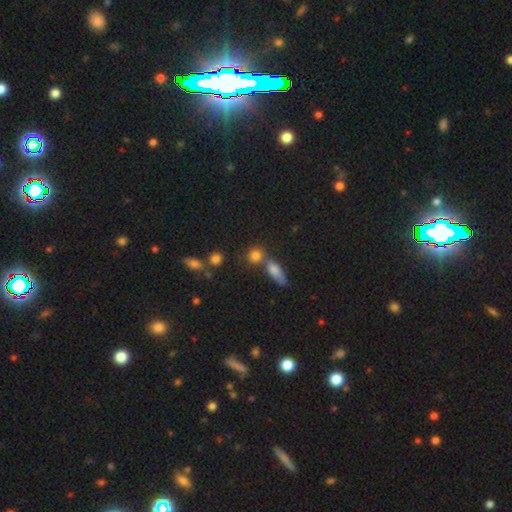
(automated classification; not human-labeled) Smooth or featured?
  - smooth: 79% *
  - star or artifact: 12%
  - featured or disk: 8%
How rounded?
  - round: 67% *
  - in between: 26%
  - cigar-shaped: 7%
Merging?
  - none: 57% *
  - merger: 28%
  - minor disturbance: 11%
  - major disturbance: 4%